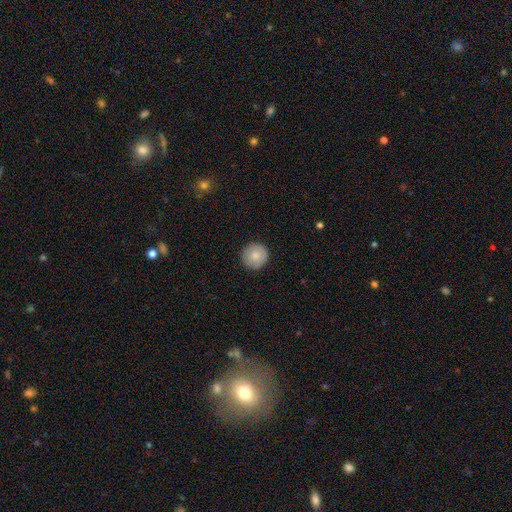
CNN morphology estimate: Smooth or featured: smooth — 83% (featured or disk — 9%)
How rounded: round — 96% (in between — 3%)
Merging: none — 91% (minor disturbance — 6%)